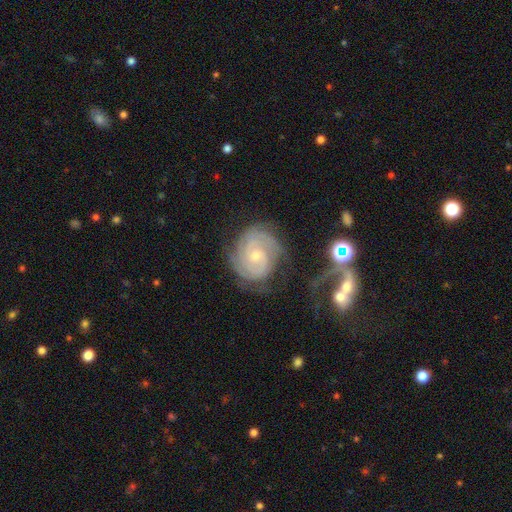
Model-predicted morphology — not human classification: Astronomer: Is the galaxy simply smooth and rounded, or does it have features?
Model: featured or disk — 83%.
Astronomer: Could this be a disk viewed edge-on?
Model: no — 98%.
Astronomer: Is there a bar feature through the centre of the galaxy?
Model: no — 67%.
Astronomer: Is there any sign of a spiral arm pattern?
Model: yes — 96%.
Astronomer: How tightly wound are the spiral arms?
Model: tight — 69%.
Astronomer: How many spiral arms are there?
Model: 2 — 35% (runner-up: can't tell, 26%).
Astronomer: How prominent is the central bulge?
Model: small — 67%.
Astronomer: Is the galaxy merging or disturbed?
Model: none — 67%.